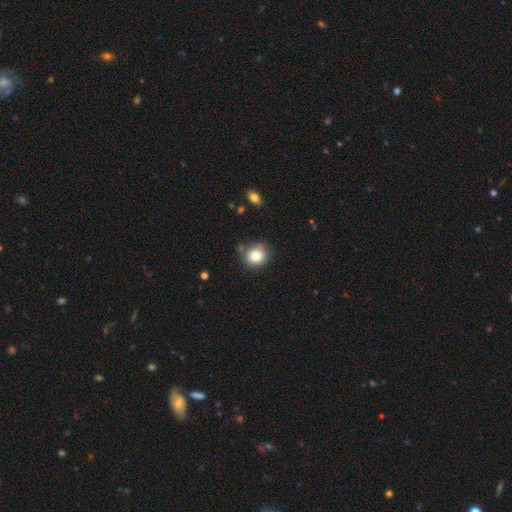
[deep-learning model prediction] This is clearly a smooth galaxy (82%). How rounded: clearly round (83%). Merging: likely none (77%).